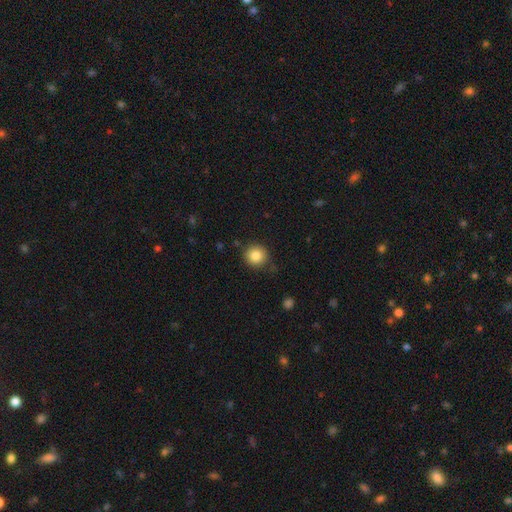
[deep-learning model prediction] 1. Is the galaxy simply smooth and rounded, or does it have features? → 83% smooth, 10% star or artifact, 6% featured or disk.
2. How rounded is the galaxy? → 93% round, 6% in between, 1% cigar-shaped.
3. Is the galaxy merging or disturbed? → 85% none, 10% minor disturbance, 3% major disturbance, 2% merger.